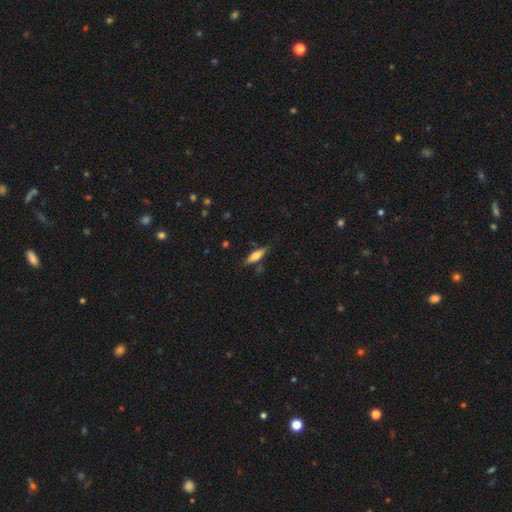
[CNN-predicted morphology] Smooth or featured? Predicted: smooth (p=0.59). How rounded? Predicted: cigar-shaped (p=0.54). Merging? Predicted: none (p=0.75).